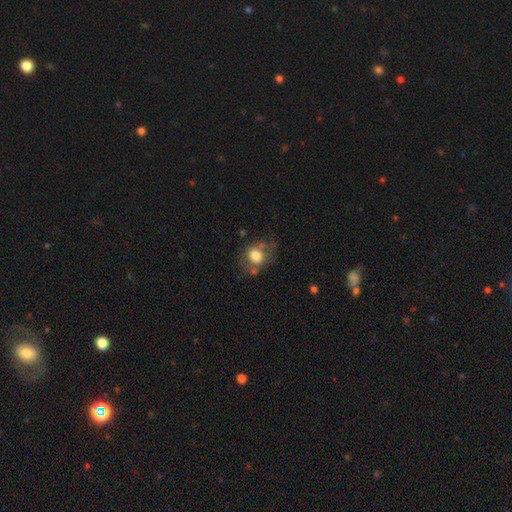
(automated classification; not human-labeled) Morphology: type=smooth (71%); roundness=round (57%); merging=none (54%).